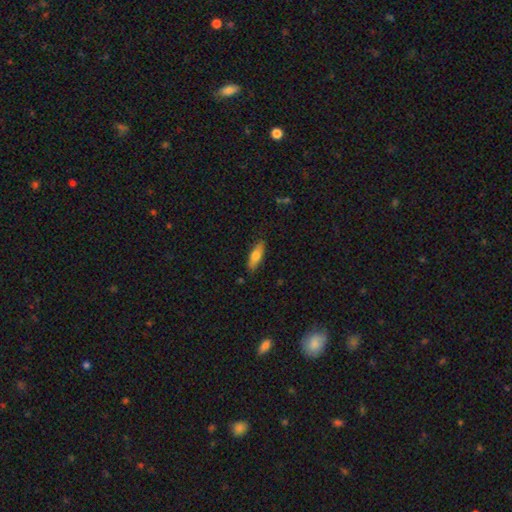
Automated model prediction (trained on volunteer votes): A smooth galaxy with no disk features (69%) that is in between round and cigar-shaped (56%).

Vote fractions:
- Smooth or featured? smooth: 69% / featured or disk: 25% / star or artifact: 6%
- How rounded? in between: 56% / cigar-shaped: 42% / round: 2%
- Merging? none: 85% / minor disturbance: 11% / major disturbance: 2% / merger: 1%